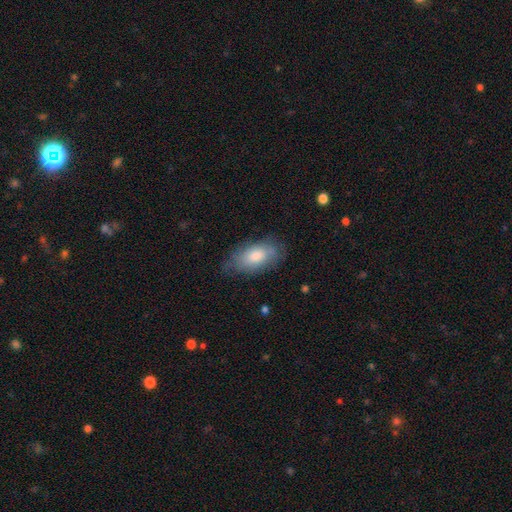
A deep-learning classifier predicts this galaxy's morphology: This is likely a smooth galaxy (71%). How rounded: clearly in between (91%). Merging: likely none (70%).